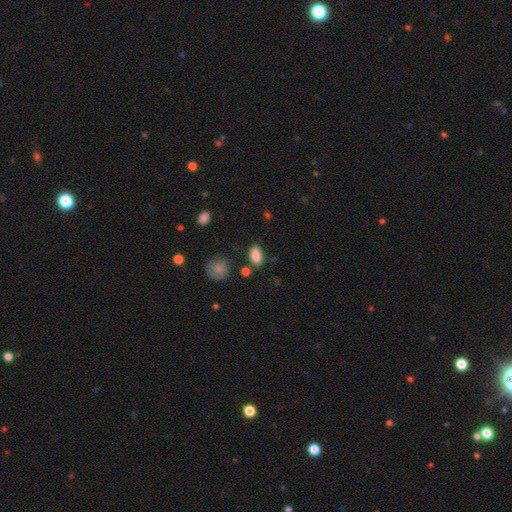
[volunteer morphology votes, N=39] Smooth or featured: smooth — 95% (featured or disk — 3%)
How rounded: in between — 95% (round — 5%)
Merging: none — 76% (minor disturbance — 13%)